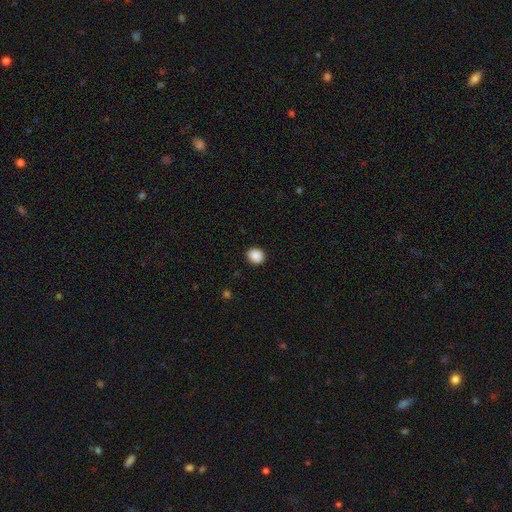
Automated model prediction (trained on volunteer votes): A smooth galaxy with no disk features (89%) that is round (74%). Merging: none (90%).